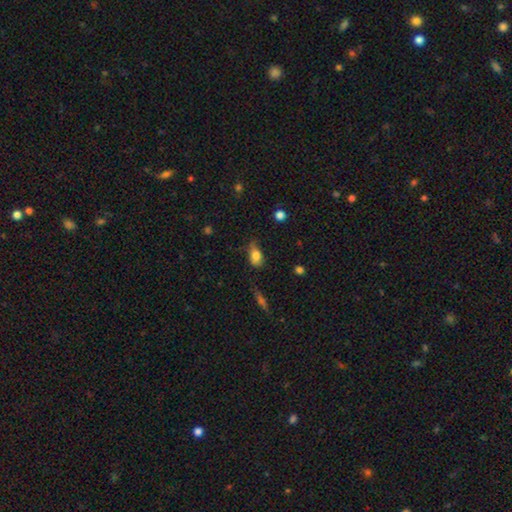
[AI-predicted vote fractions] smooth 79%, featured or disk 12%, star or artifact 9%. Down the decision tree: how rounded — in between (85%); merging — none (53%).